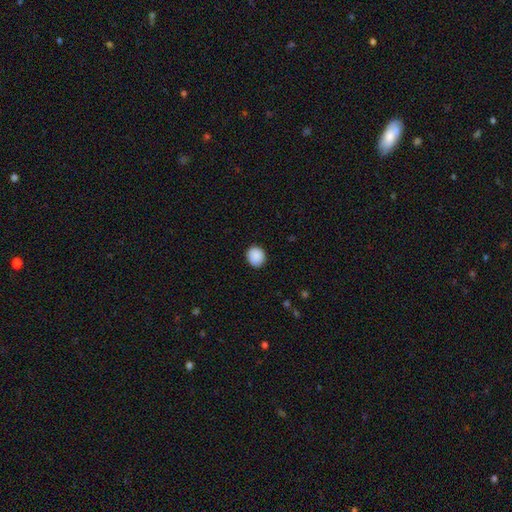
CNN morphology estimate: smooth 90%, star or artifact 8%, featured or disk 2%. Down the decision tree: how rounded — round (80%); merging — none (90%).